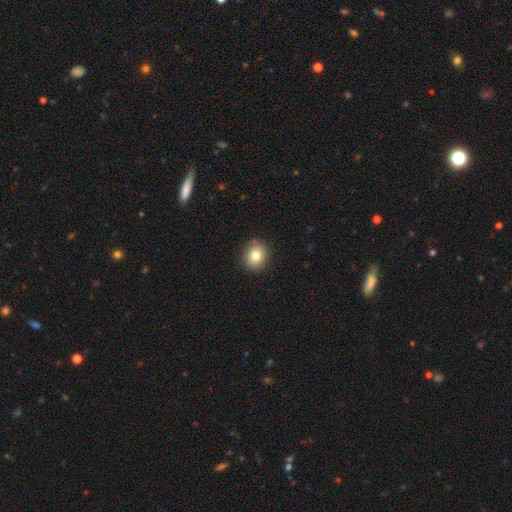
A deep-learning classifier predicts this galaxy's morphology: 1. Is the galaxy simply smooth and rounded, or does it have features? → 81% smooth, 10% star or artifact, 9% featured or disk.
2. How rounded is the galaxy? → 71% round, 29% in between, 1% cigar-shaped.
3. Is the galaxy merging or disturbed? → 89% none, 8% minor disturbance, 2% major disturbance, 1% merger.